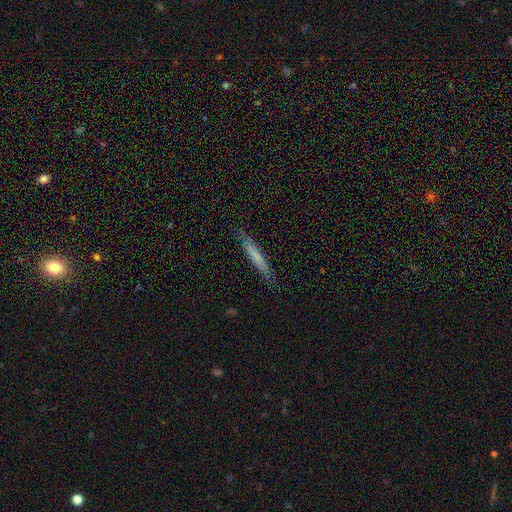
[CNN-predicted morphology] smooth-or-featured: smooth: 65% | featured or disk: 29% | star or artifact: 6%
  how-rounded: cigar-shaped: 95% | in between: 4% | round: 1%
  merging: none: 85% | minor disturbance: 12% | major disturbance: 2% | merger: 1%